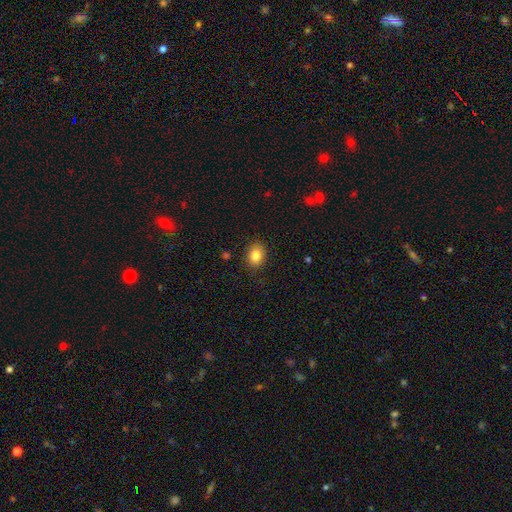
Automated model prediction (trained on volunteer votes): Smooth or featured: smooth — 83% (star or artifact — 10%)
How rounded: in between — 55% (round — 44%)
Merging: none — 87% (minor disturbance — 10%)